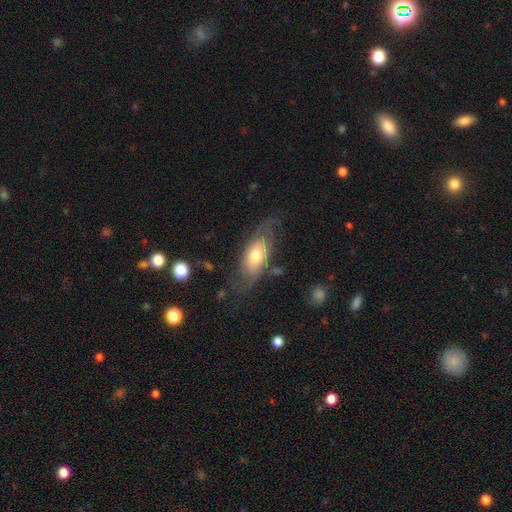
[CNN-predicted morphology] A featured or disk galaxy (56%).

Vote fractions:
- Smooth or featured? featured or disk: 56% / smooth: 37% / star or artifact: 6%
- Edge-on disk? no: 84% / yes: 16%
- Merging? none: 59% / minor disturbance: 24% / major disturbance: 15% / merger: 3%